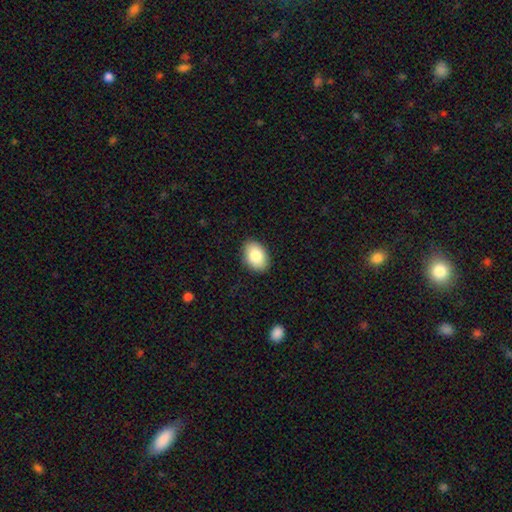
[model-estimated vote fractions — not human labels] A smooth galaxy with no disk features (84%) that is in between round and cigar-shaped (86%).

Vote fractions:
- Smooth or featured? smooth: 84% / featured or disk: 9% / star or artifact: 7%
- How rounded? in between: 86% / round: 13% / cigar-shaped: 1%
- Merging? none: 88% / minor disturbance: 9% / major disturbance: 2% / merger: 1%